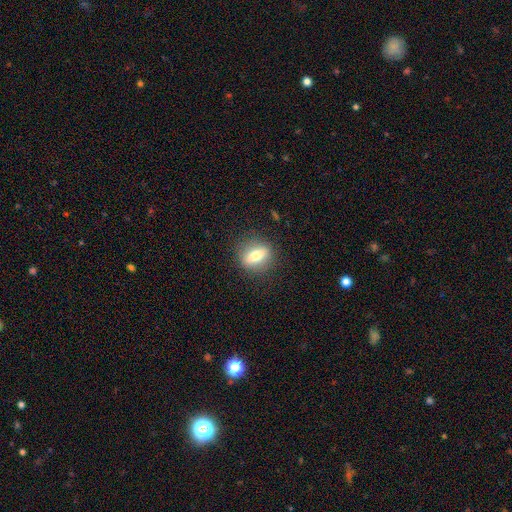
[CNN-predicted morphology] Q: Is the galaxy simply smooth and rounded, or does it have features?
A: smooth — 63%.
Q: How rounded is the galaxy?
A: in between — 50%.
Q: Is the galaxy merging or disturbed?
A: none — 85%.